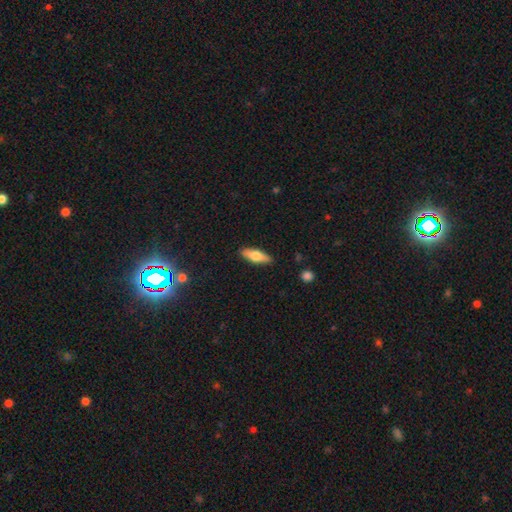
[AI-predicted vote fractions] A smooth galaxy with no disk features (65%) that is in between round and cigar-shaped (57%).

Vote fractions:
- Smooth or featured? smooth: 65% / featured or disk: 28% / star or artifact: 6%
- How rounded? in between: 57% / cigar-shaped: 40% / round: 2%
- Merging? none: 87% / minor disturbance: 9% / major disturbance: 2% / merger: 1%